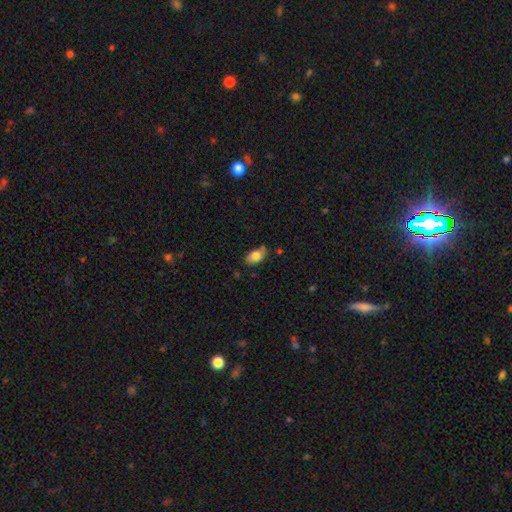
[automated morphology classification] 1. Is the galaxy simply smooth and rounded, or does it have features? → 80% smooth, 13% featured or disk, 8% star or artifact.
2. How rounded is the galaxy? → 90% in between, 7% round, 3% cigar-shaped.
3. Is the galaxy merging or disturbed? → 72% none, 21% minor disturbance, 4% merger, 3% major disturbance.